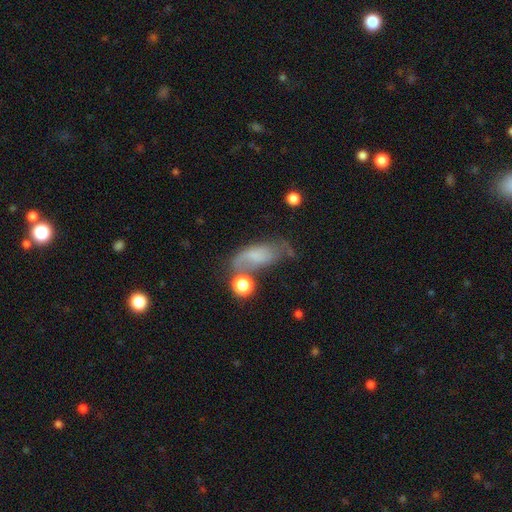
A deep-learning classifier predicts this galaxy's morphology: Smooth or featured? Predicted: smooth (p=0.49). Merging? Predicted: none (p=0.37).